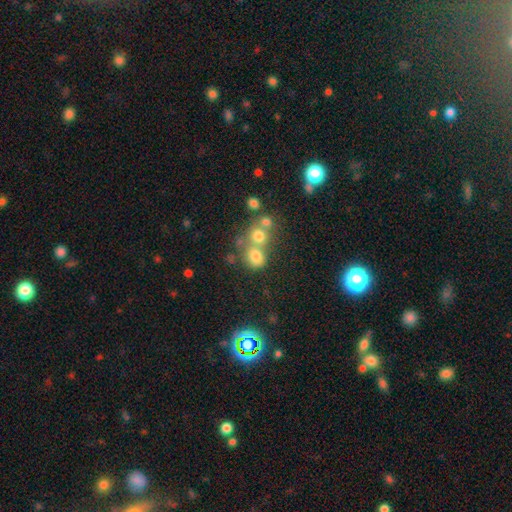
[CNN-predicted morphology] smooth_or_featured: smooth (p=0.68) [alt: star or artifact p=0.19]
how_rounded: round (p=0.71) [alt: in between p=0.28]
merging: none (p=0.44) [alt: merger p=0.43]